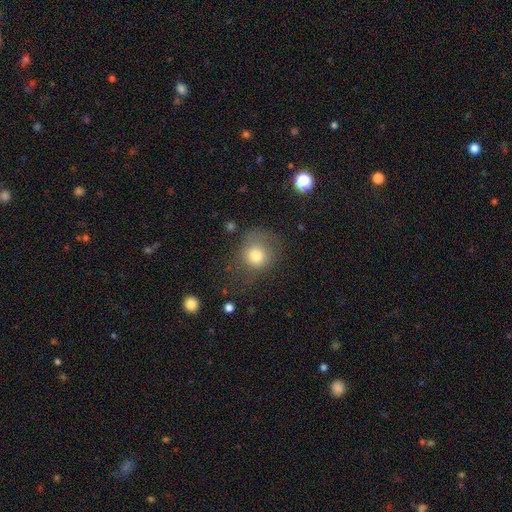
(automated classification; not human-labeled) Smooth or featured: smooth — 75% (featured or disk — 14%)
How rounded: round — 80% (in between — 19%)
Merging: none — 58% (minor disturbance — 22%)